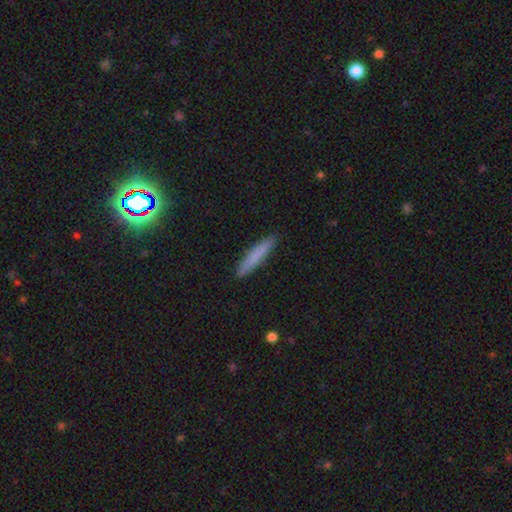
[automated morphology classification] Smooth or featured?
  - smooth: 78% *
  - featured or disk: 15%
  - star or artifact: 8%
How rounded?
  - cigar-shaped: 94% *
  - in between: 5%
  - round: 1%
Merging?
  - none: 91% *
  - minor disturbance: 7%
  - major disturbance: 2%
  - merger: 1%